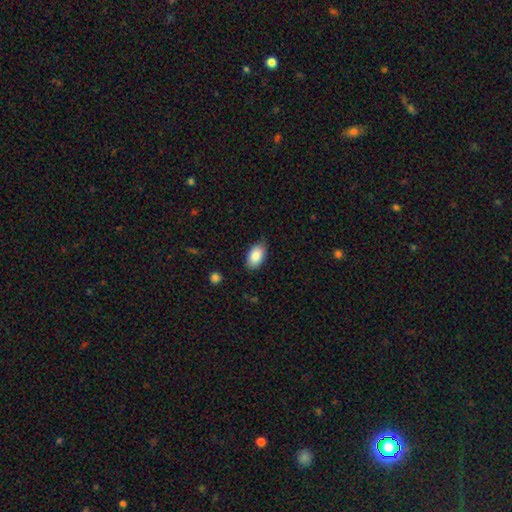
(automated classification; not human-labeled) A smooth galaxy with no disk features (87%) that is in between round and cigar-shaped (93%). Merging: none (78%).